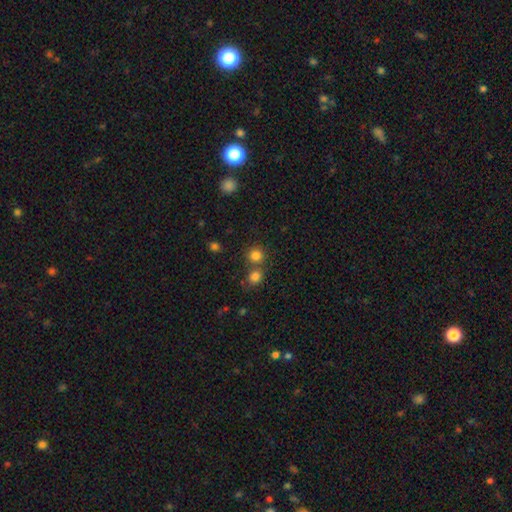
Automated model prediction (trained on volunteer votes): Overall: smooth (81%). How rounded: round (89%). Merging: none (64%; merger 27%).